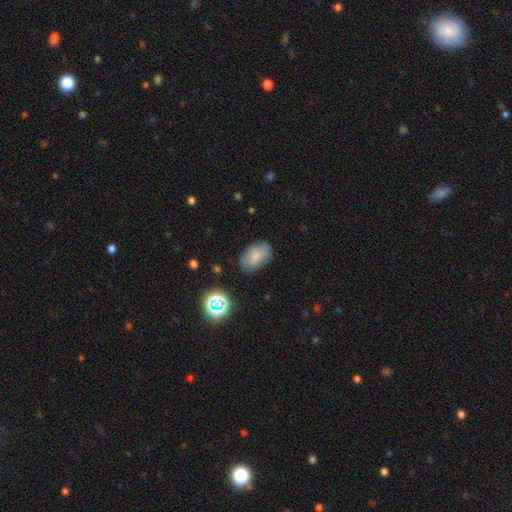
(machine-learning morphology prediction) Smooth or featured: smooth — 77% (featured or disk — 13%)
How rounded: in between — 90% (round — 9%)
Merging: none — 75% (minor disturbance — 18%)